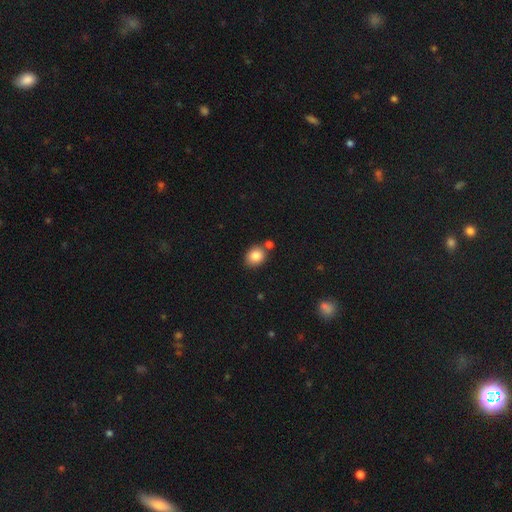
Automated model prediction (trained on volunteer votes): smooth 84%, star or artifact 9%, featured or disk 7%. Down the decision tree: how rounded — round (53%); merging — none (69%).